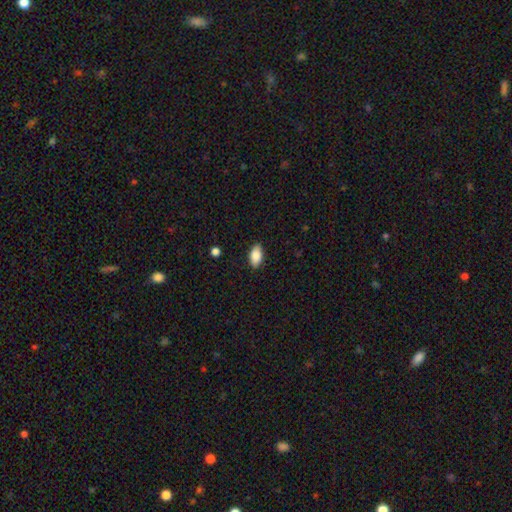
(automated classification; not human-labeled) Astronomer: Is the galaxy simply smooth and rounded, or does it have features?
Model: smooth — 85%.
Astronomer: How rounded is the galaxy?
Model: in between — 92%.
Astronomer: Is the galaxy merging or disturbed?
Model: none — 87%.